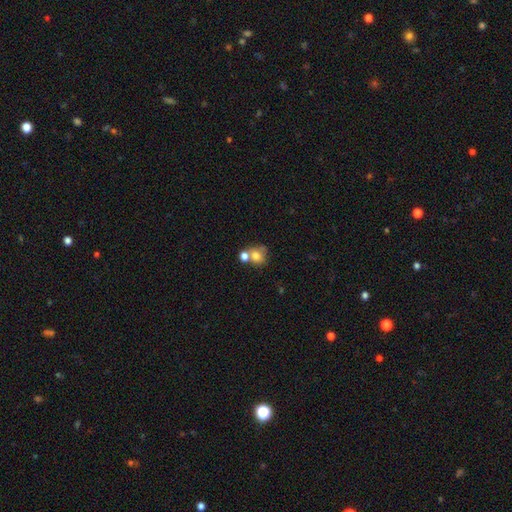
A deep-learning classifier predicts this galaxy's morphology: The model was most divided on "merging": merger: 45%, none: 40%, minor disturbance: 10%, major disturbance: 5%. More confident: how rounded — round (75%); smooth or featured — smooth (74%).